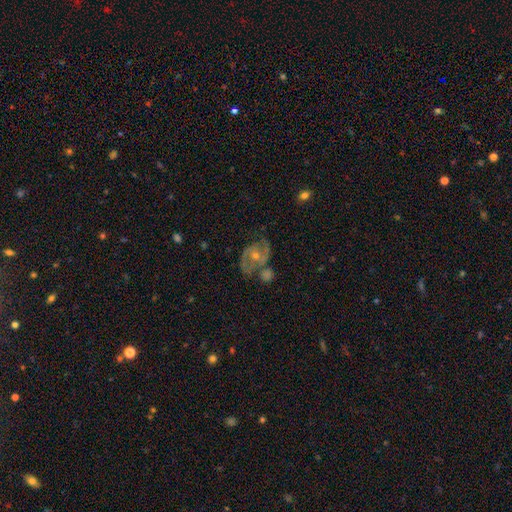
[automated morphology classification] Smooth or featured? featured or disk (79%)
Edge-on disk? no (97%)
Bar? no (56%)
Spiral arms? yes (90%)
Spiral winding? medium (52%)
Spiral arm count? 2 (81%)
Bulge size? moderate (51%)
Merging? none (57%)